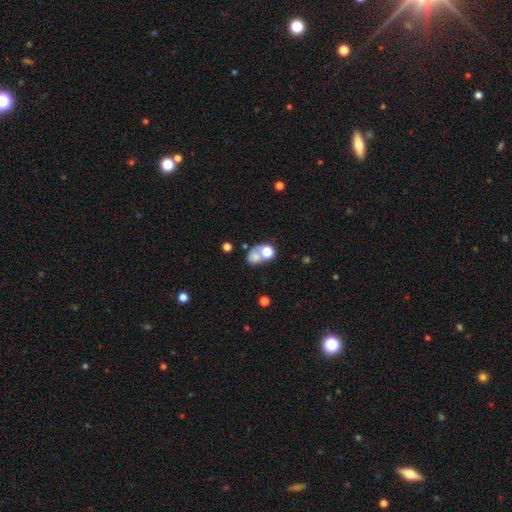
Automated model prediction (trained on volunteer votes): Q: Smooth or featured?
A: smooth (68%); runner-up: featured or disk (18%)
Q: How rounded?
A: round (54%); runner-up: in between (44%)
Q: Merging?
A: merger (48%); runner-up: none (30%)